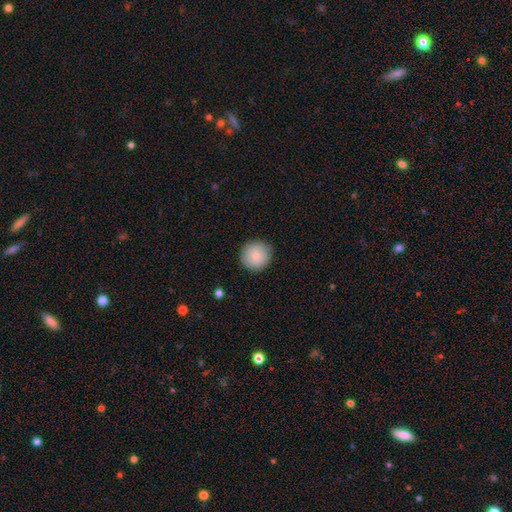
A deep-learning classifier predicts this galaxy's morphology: Q: Smooth or featured?
A: smooth (86%); runner-up: star or artifact (7%)
Q: How rounded?
A: round (94%); runner-up: in between (5%)
Q: Merging?
A: none (89%); runner-up: minor disturbance (8%)